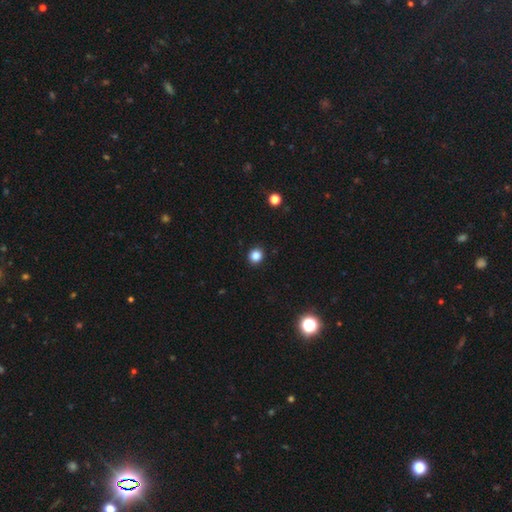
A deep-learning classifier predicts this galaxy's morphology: This appears to be a smooth galaxy with no disk features (85%) that is round (88%). Merging: none (92%).